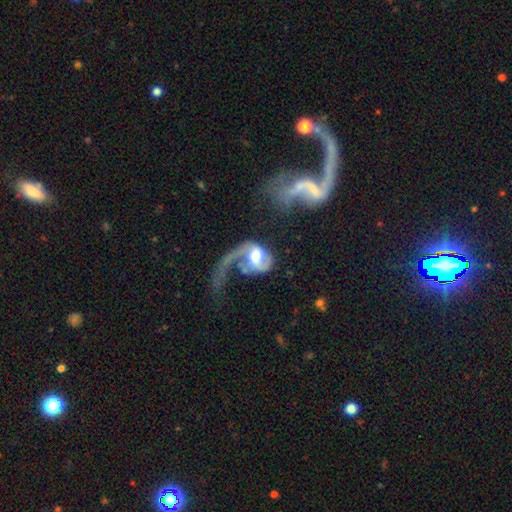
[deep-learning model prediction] Smooth or featured: featured or disk — 71% (smooth — 23%)
Edge-on disk: no — 97% (yes — 3%)
Bar: no — 53% (weak — 35%)
Spiral arms: yes — 81% (no — 19%)
Spiral winding: loose — 74% (medium — 19%)
Spiral arm count: 1 — 74% (2 — 18%)
Bulge size: moderate — 61% (large — 24%)
Merging: major disturbance — 59% (none — 16%)